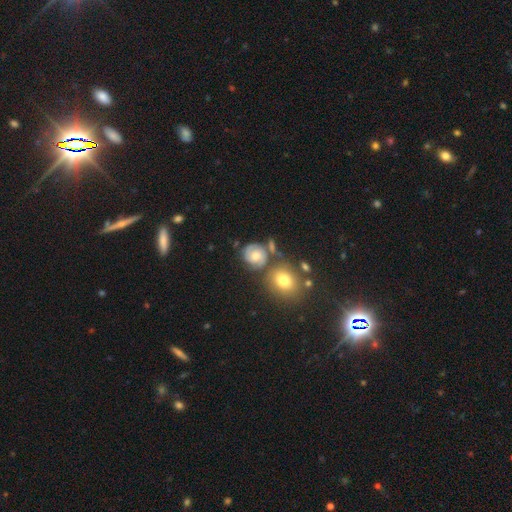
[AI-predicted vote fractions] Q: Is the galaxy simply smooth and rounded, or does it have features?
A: featured or disk — 61%.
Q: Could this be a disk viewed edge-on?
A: no — 97%.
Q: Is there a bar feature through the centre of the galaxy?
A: no — 65%.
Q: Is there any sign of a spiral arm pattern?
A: yes — 88%.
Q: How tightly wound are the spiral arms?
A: tight — 52%.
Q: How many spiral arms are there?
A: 2 — 74%.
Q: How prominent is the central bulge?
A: moderate — 58%.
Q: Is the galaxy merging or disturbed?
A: none — 60%.